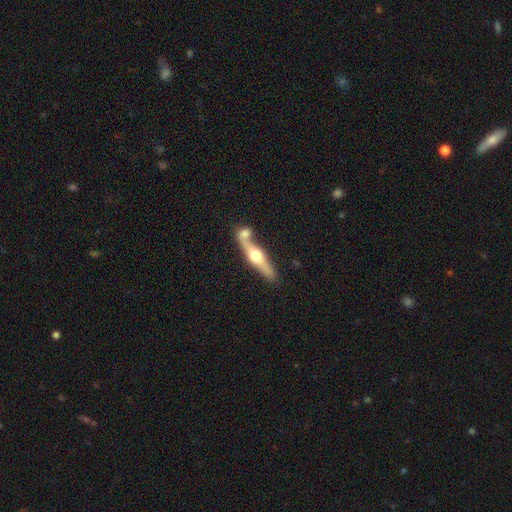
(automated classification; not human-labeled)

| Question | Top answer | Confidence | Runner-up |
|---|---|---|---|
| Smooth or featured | featured or disk | 65% | smooth (30%) |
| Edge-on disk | yes | 93% | no (7%) |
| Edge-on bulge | rounded | 95% | boxy (3%) |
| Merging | none | 50% | merger (36%) |